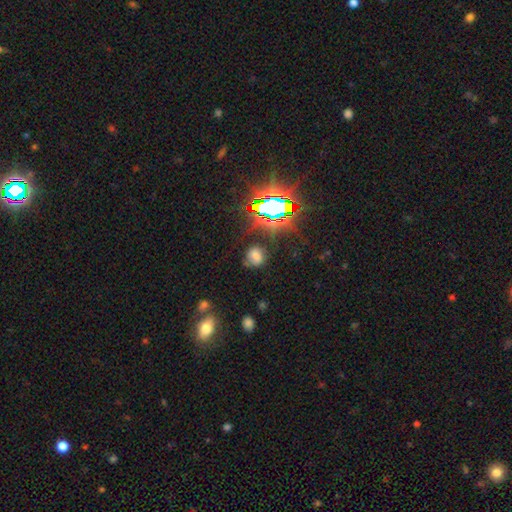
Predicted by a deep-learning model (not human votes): Overall: smooth (58%; star or artifact 27%). How rounded: round (59%; in between 39%). Merging: none (63%).